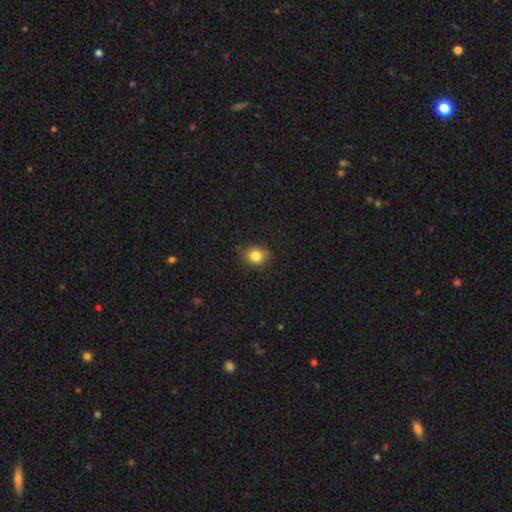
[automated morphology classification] A smooth galaxy with no disk features (83%) that is round (73%).

Vote fractions:
- Smooth or featured? smooth: 83% / star or artifact: 11% / featured or disk: 6%
- How rounded? round: 73% / in between: 27% / cigar-shaped: 1%
- Merging? none: 81% / minor disturbance: 15% / major disturbance: 3% / merger: 1%